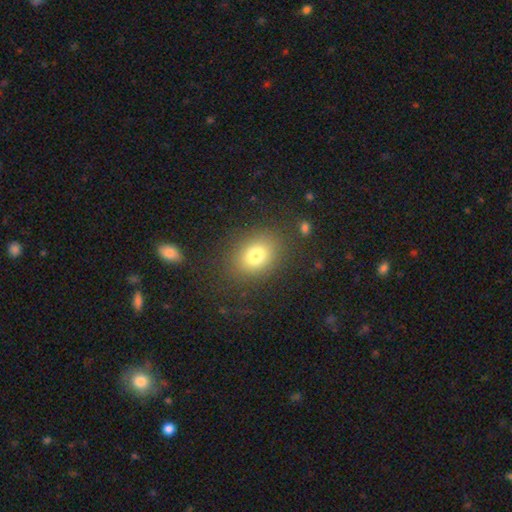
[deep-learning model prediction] smooth-or-featured: smooth: 76% | star or artifact: 13% | featured or disk: 11%
  how-rounded: in between: 56% | round: 43% | cigar-shaped: 1%
  merging: none: 83% | minor disturbance: 10% | major disturbance: 5% | merger: 2%